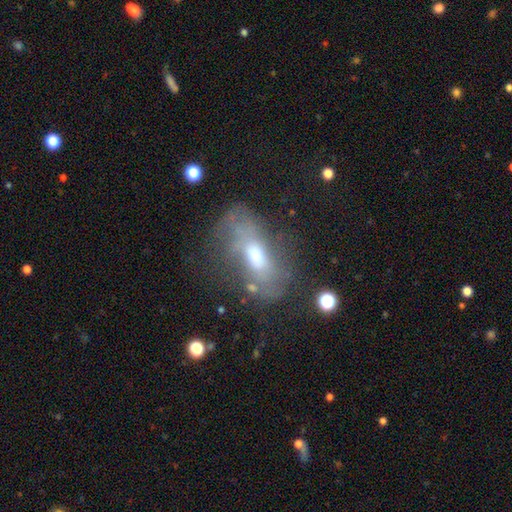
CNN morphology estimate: Q: Smooth or featured?
A: featured or disk (51%); runner-up: smooth (37%)
Q: Edge-on disk?
A: no (84%); runner-up: yes (16%)
Q: Merging?
A: none (50%); runner-up: minor disturbance (24%)